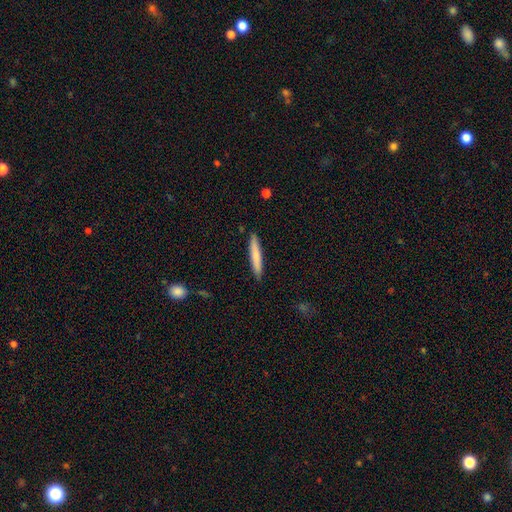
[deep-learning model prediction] Smooth or featured: smooth — 76% (featured or disk — 19%)
How rounded: cigar-shaped — 94% (in between — 5%)
Merging: none — 90% (minor disturbance — 8%)